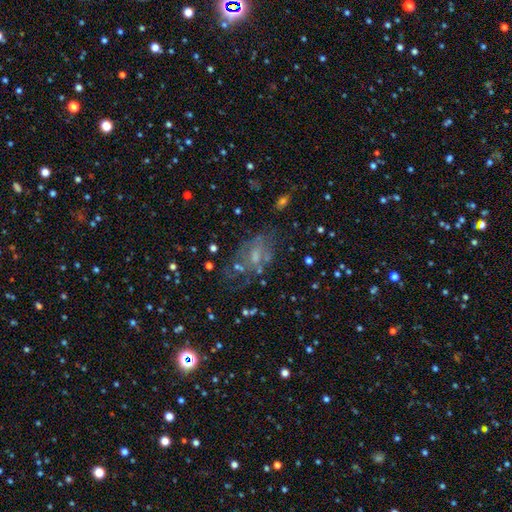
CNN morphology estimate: Q: Smooth or featured?
A: featured or disk (52%); runner-up: smooth (27%)
Q: Edge-on disk?
A: no (94%); runner-up: yes (6%)
Q: Merging?
A: none (45%); runner-up: major disturbance (24%)